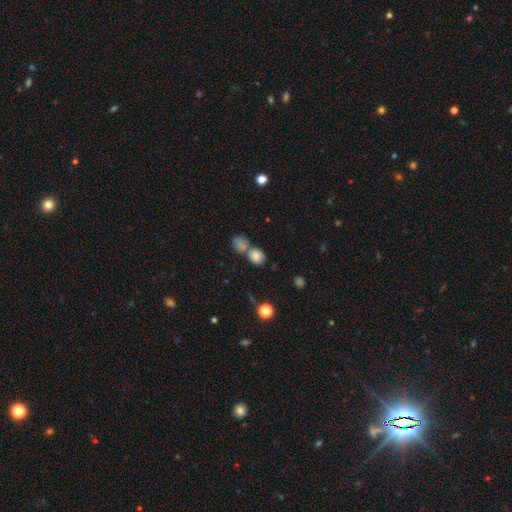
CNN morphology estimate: The model was most divided on "merging": merger: 49%, none: 39%, minor disturbance: 8%, major disturbance: 4%. More confident: smooth or featured — smooth (80%); how rounded — round (61%).